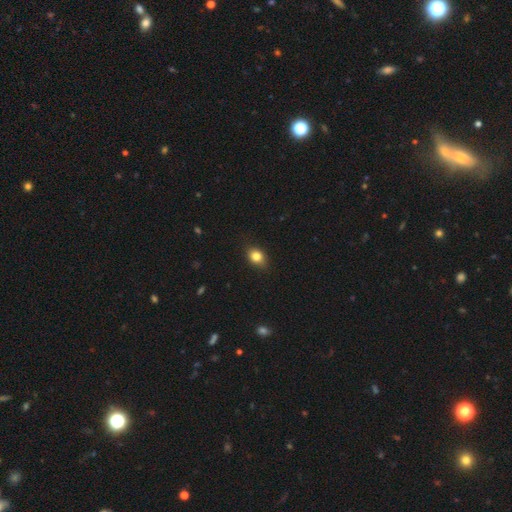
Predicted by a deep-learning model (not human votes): Smooth or featured? Predicted: smooth (p=0.81). How rounded? Predicted: in between (p=0.61). Merging? Predicted: none (p=0.82).